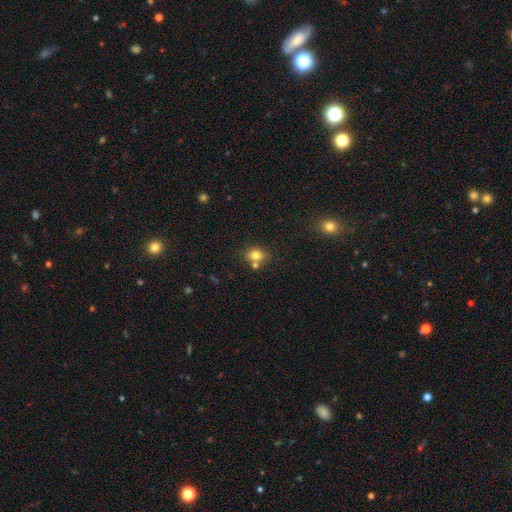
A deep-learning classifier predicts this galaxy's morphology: Smooth or featured?
  - smooth: 78% *
  - star or artifact: 12%
  - featured or disk: 10%
How rounded?
  - round: 56% *
  - in between: 43%
  - cigar-shaped: 1%
Merging?
  - none: 60% *
  - merger: 25%
  - minor disturbance: 12%
  - major disturbance: 3%